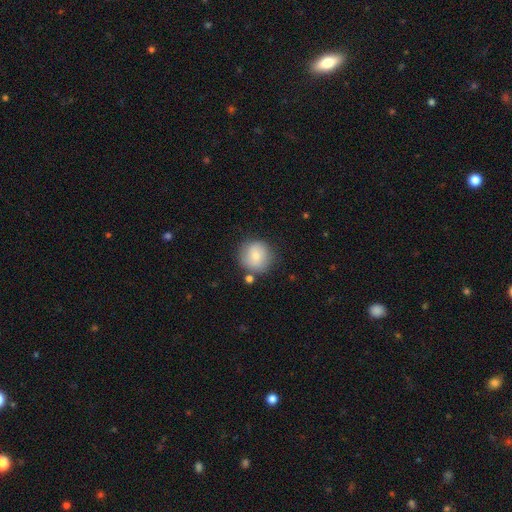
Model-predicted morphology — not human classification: Smooth or featured? Predicted: smooth (p=0.75). How rounded? Predicted: round (p=0.93). Merging? Predicted: none (p=0.77).